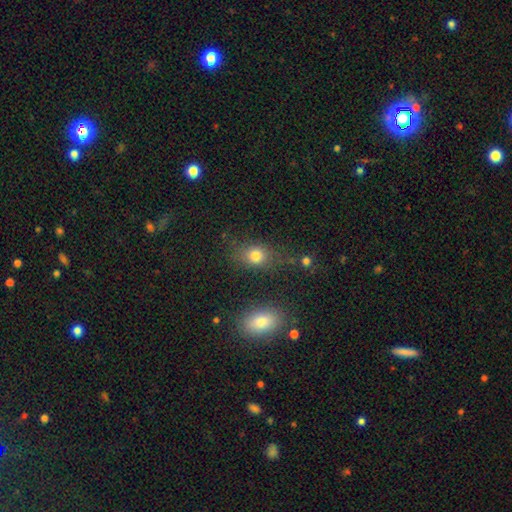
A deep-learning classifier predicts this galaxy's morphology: This is likely a smooth galaxy (77%). How rounded: possibly round (49%, tied with in between). Merging: likely none (69%).